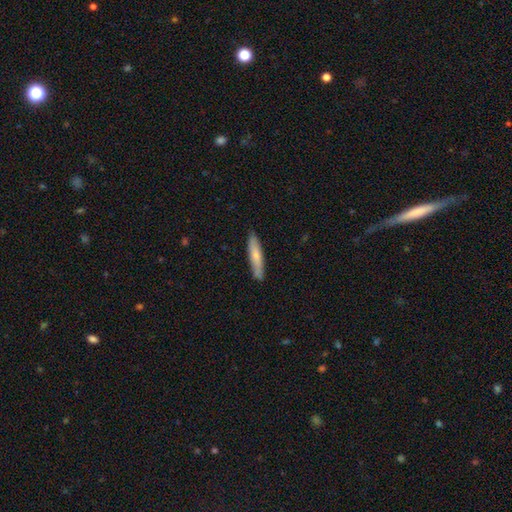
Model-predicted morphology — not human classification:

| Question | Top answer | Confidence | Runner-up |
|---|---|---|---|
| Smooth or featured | smooth | 71% | featured or disk (24%) |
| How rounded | cigar-shaped | 86% | in between (12%) |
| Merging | none | 86% | minor disturbance (11%) |